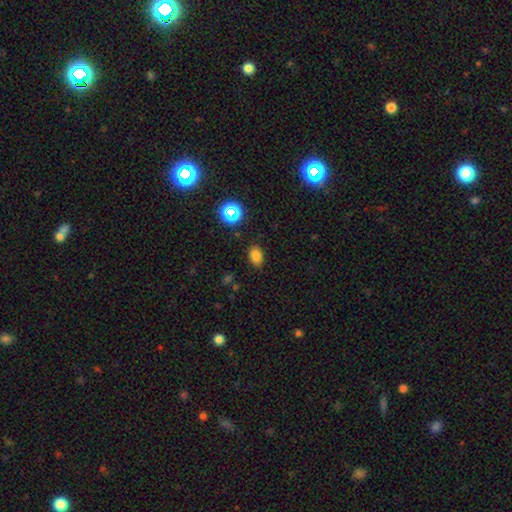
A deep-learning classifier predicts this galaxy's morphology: Overall: smooth (78%). How rounded: in between (81%). Merging: none (85%).